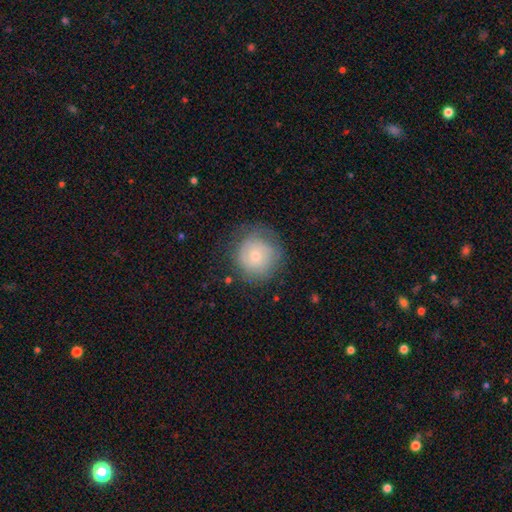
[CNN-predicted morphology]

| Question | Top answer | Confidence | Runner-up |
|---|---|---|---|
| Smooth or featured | smooth | 47% | featured or disk (45%) |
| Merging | none | 72% | minor disturbance (19%) |